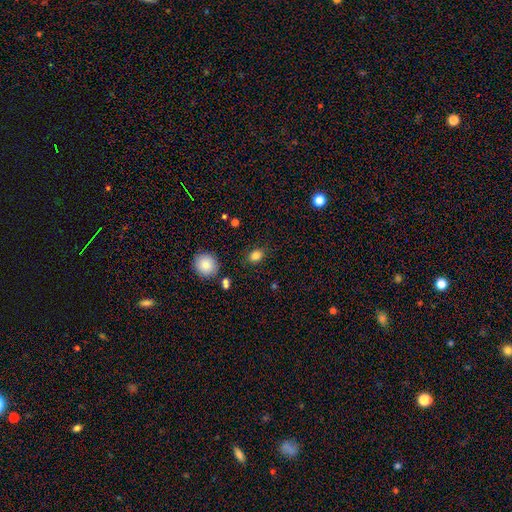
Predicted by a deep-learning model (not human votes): Smooth or featured? smooth (84%)
How rounded? in between (57%)
Merging? none (84%)